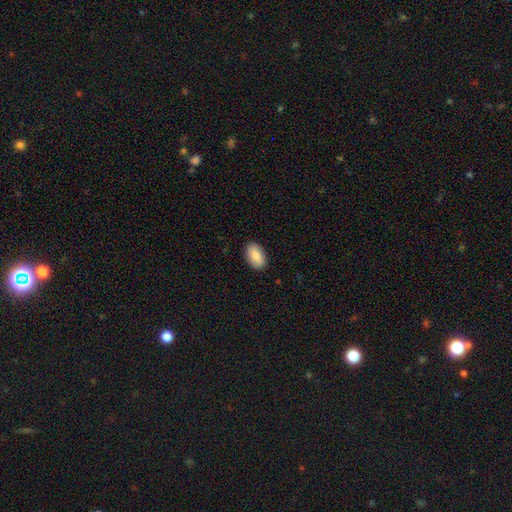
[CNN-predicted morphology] smooth-or-featured: smooth: 86% | featured or disk: 8% | star or artifact: 6%
  how-rounded: in between: 93% | round: 4% | cigar-shaped: 2%
  merging: none: 89% | minor disturbance: 8% | major disturbance: 2% | merger: 1%